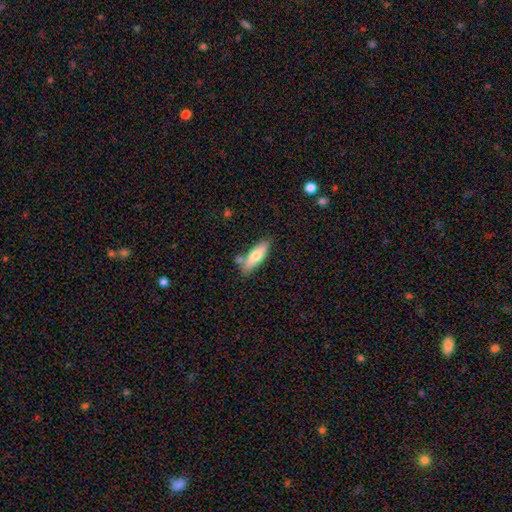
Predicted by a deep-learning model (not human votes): This appears to be a smooth galaxy with no disk features (66%) that is cigar-shaped (49%, tied with in between). Merging: none (73%).